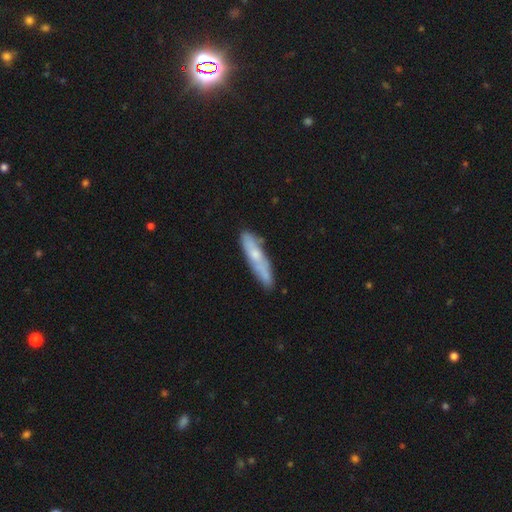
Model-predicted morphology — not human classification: Smooth or featured?
  - smooth: 50% *
  - featured or disk: 43%
  - star or artifact: 7%
How rounded?
  - cigar-shaped: 84% *
  - in between: 14%
  - round: 2%
Merging?
  - none: 75% *
  - minor disturbance: 18%
  - major disturbance: 4%
  - merger: 4%